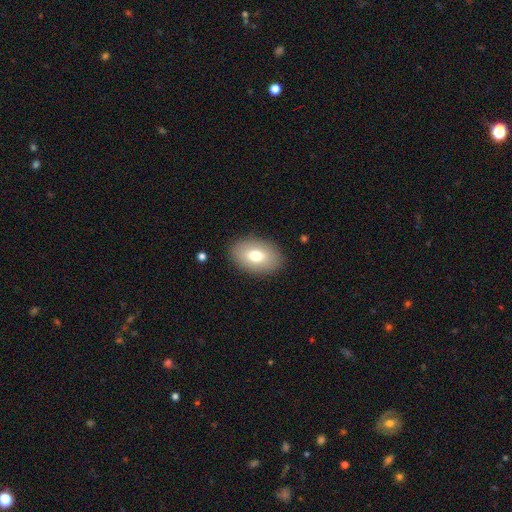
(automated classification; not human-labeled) This appears to be a smooth galaxy with no disk features (74%) that is in between round and cigar-shaped (88%). Merging: none (88%).